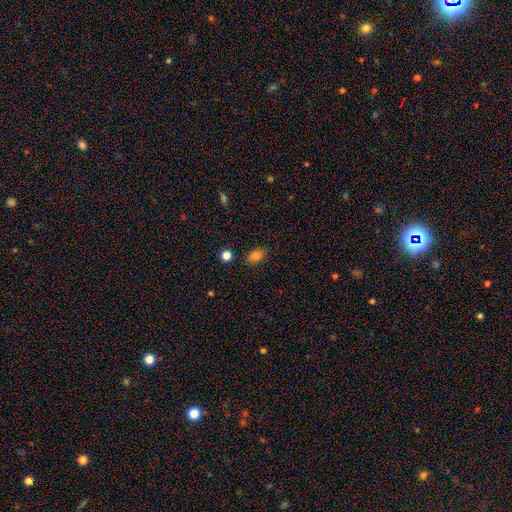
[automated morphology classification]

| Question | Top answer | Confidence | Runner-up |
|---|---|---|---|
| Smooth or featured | smooth | 80% | star or artifact (12%) |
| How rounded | in between | 83% | round (15%) |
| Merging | none | 84% | minor disturbance (12%) |